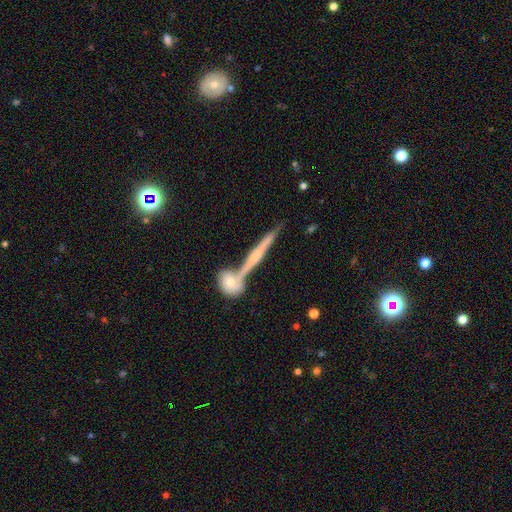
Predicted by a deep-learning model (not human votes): Smooth or featured? Predicted: featured or disk (p=0.63). Edge-on disk? Predicted: yes (p=0.94). Edge-on bulge? Predicted: rounded (p=0.48). Merging? Predicted: none (p=0.58).